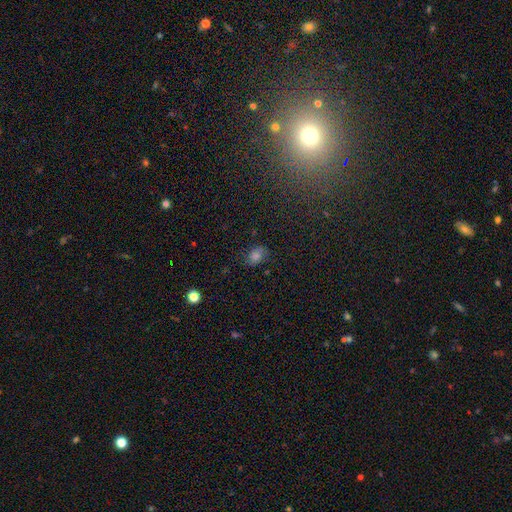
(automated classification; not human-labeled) Smooth or featured?
  - smooth: 66% *
  - star or artifact: 18%
  - featured or disk: 17%
How rounded?
  - in between: 73% *
  - round: 26%
  - cigar-shaped: 2%
Merging?
  - none: 72% *
  - minor disturbance: 19%
  - major disturbance: 7%
  - merger: 2%